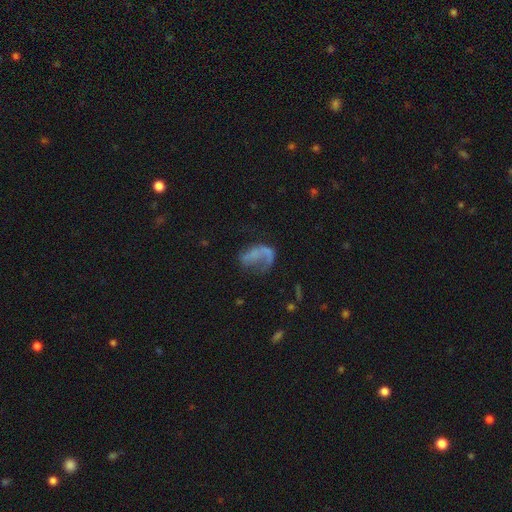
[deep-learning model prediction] Smooth or featured?
  - featured or disk: 58% *
  - smooth: 28%
  - star or artifact: 13%
Edge-on disk?
  - no: 98% *
  - yes: 2%
Bar?
  - no: 76% *
  - weak: 18%
  - strong: 6%
Spiral arms?
  - yes: 61% *
  - no: 39%
Bulge size?
  - none: 75% *
  - small: 16%
  - moderate: 5%
  - large: 2%
  - dominant: 2%
Merging?
  - major disturbance: 45% *
  - none: 32%
  - minor disturbance: 17%
  - merger: 6%